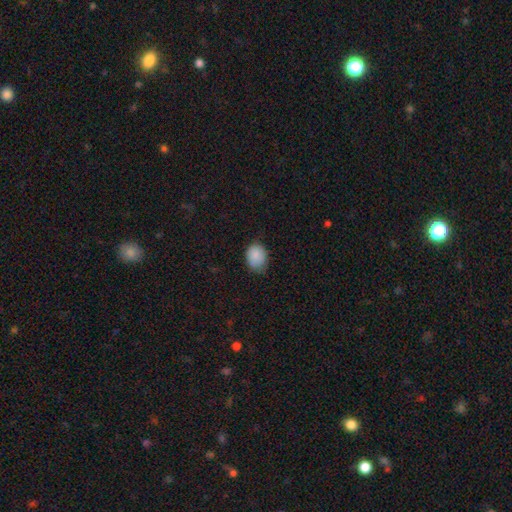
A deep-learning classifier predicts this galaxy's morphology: Smooth or featured: smooth — 87% (star or artifact — 8%)
How rounded: in between — 62% (round — 38%)
Merging: none — 67% (minor disturbance — 28%)